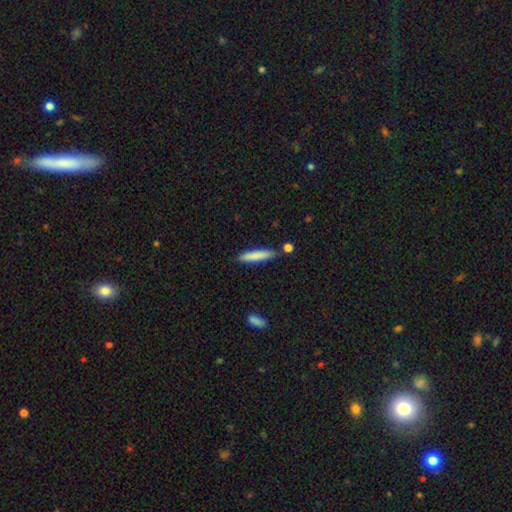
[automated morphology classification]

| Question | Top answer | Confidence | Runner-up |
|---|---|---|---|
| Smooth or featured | smooth | 80% | featured or disk (14%) |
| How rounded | cigar-shaped | 89% | in between (10%) |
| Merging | none | 83% | minor disturbance (10%) |